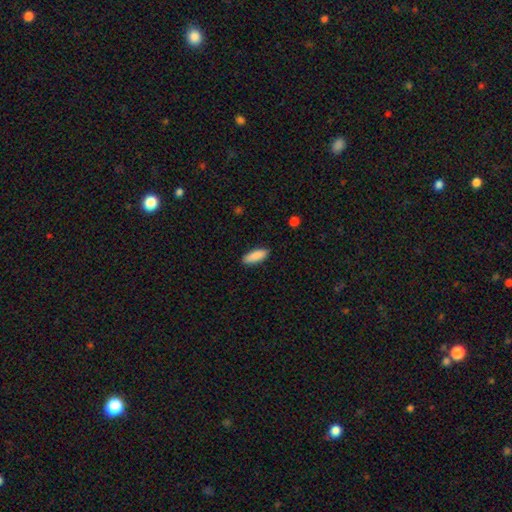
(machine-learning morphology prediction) smooth 90%, star or artifact 6%, featured or disk 4%. Down the decision tree: how rounded — in between (66%); merging — none (89%).